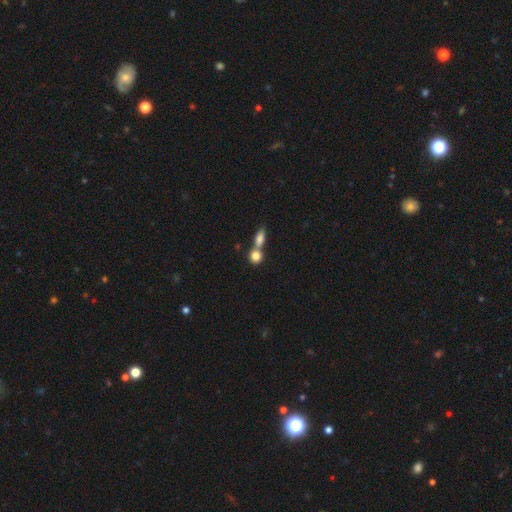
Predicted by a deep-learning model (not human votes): Overall: smooth (83%). How rounded: round (70%). Merging: merger (52%; none 38%).